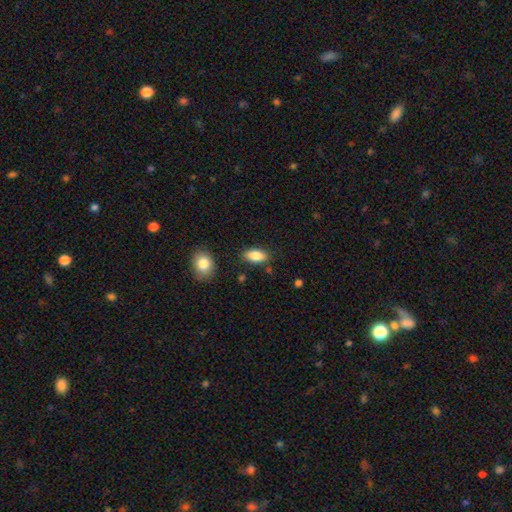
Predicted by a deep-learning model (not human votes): A smooth galaxy with no disk features (85%) that is in between round and cigar-shaped (91%). Merging: none (83%).